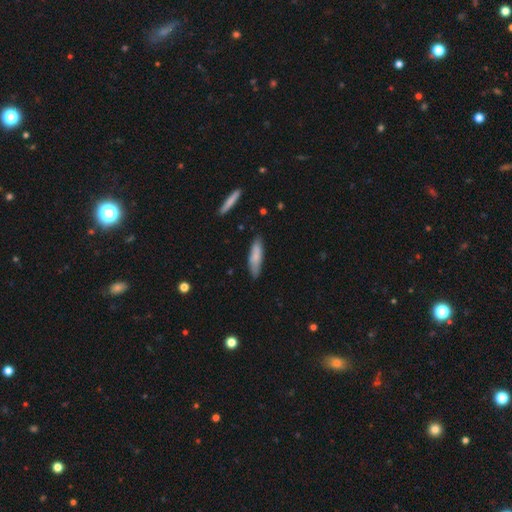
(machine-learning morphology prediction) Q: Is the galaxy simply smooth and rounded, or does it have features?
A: smooth — 78%.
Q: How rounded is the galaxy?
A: cigar-shaped — 69%.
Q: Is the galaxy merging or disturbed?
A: none — 81%.